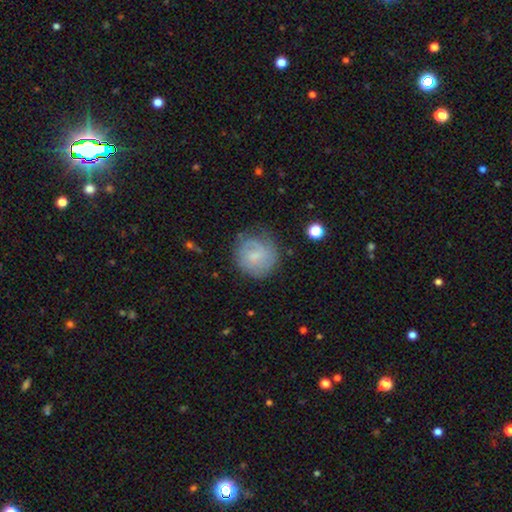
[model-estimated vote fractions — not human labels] Smooth or featured?
  - smooth: 51% *
  - featured or disk: 41%
  - star or artifact: 8%
How rounded?
  - round: 86% *
  - in between: 13%
  - cigar-shaped: 1%
Merging?
  - none: 65% *
  - minor disturbance: 22%
  - major disturbance: 11%
  - merger: 2%